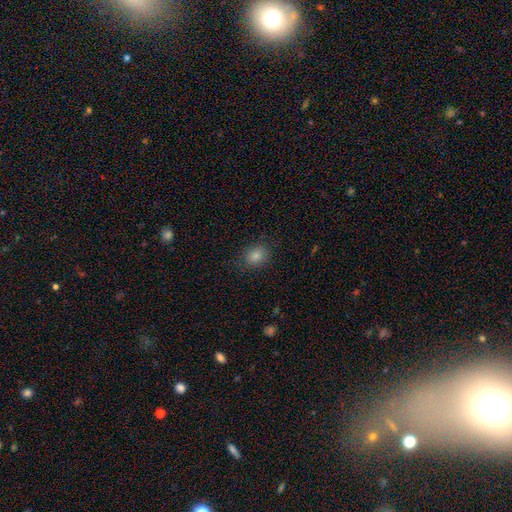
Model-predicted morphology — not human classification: Smooth or featured? Predicted: smooth (p=0.81). How rounded? Predicted: round (p=0.58). Merging? Predicted: none (p=0.85).